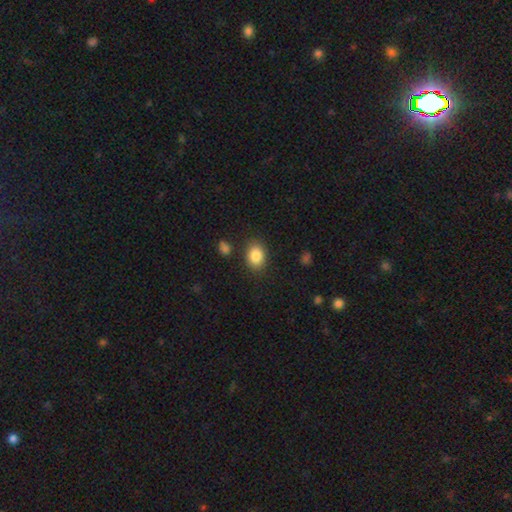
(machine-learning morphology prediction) Smooth or featured: smooth — 85% (star or artifact — 8%)
How rounded: in between — 69% (round — 30%)
Merging: none — 84% (minor disturbance — 10%)